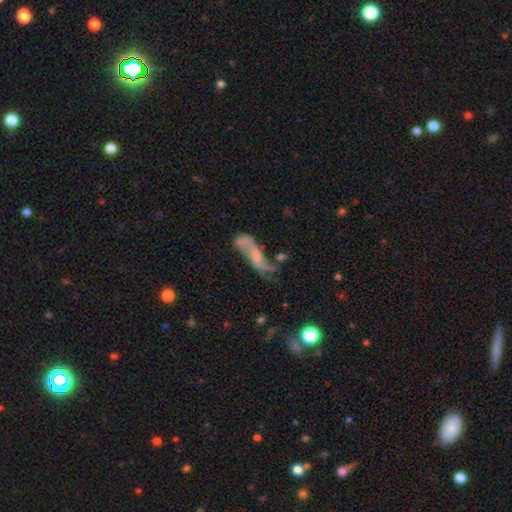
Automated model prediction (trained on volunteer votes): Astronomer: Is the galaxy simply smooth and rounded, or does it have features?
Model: featured or disk — 60%.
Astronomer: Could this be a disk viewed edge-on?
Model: no — 84%.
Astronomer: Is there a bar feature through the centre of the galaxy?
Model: no — 54% (runner-up: weak, 31%).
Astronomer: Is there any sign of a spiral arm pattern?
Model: yes — 68%.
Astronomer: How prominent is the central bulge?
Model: none — 48% (runner-up: small, 31%).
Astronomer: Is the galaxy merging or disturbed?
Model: none — 33% (runner-up: major disturbance, 31%).